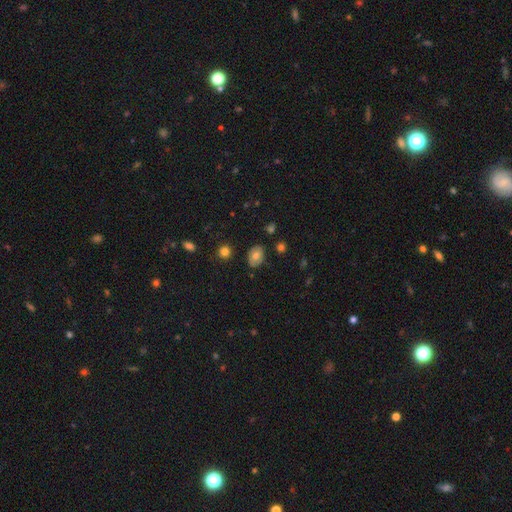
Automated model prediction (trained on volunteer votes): smooth 66%, featured or disk 25%, star or artifact 9%. Down the decision tree: how rounded — in between (73%); merging — none (81%).